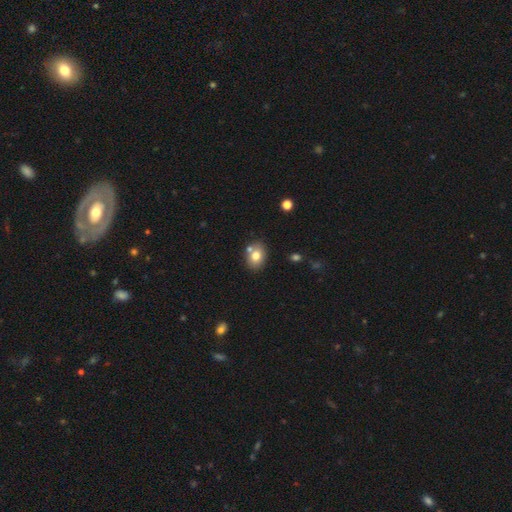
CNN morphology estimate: smooth-or-featured: smooth: 76% | featured or disk: 14% | star or artifact: 10%
  how-rounded: in between: 61% | round: 38% | cigar-shaped: 1%
  merging: none: 69% | merger: 16% | minor disturbance: 12% | major disturbance: 3%